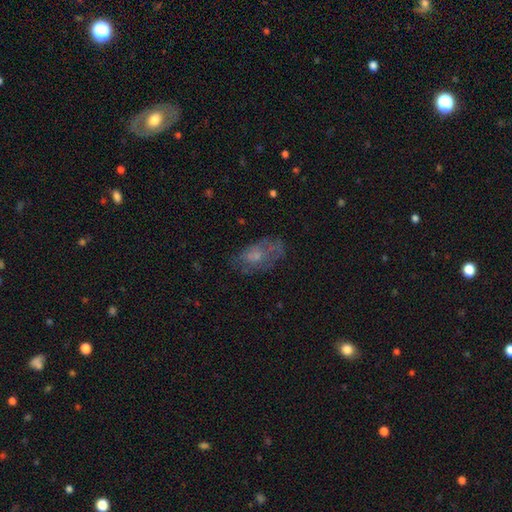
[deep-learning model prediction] Smooth or featured? smooth (52%)
How rounded? in between (89%)
Merging? none (53%)